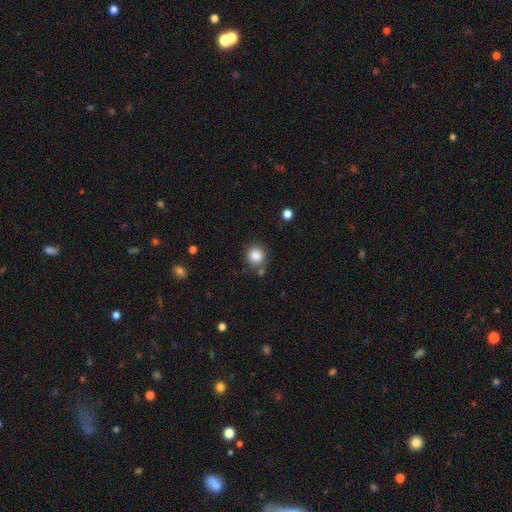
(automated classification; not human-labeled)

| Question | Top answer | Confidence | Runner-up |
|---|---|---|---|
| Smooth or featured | smooth | 85% | star or artifact (10%) |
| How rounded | round | 85% | in between (14%) |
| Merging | none | 77% | minor disturbance (13%) |